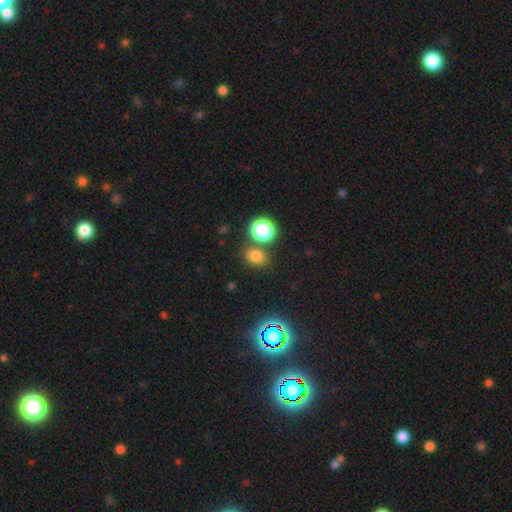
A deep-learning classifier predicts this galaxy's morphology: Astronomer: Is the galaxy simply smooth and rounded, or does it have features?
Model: smooth — 74%.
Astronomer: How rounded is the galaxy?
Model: round — 58% (runner-up: in between, 41%).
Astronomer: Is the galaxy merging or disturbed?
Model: none — 73%.